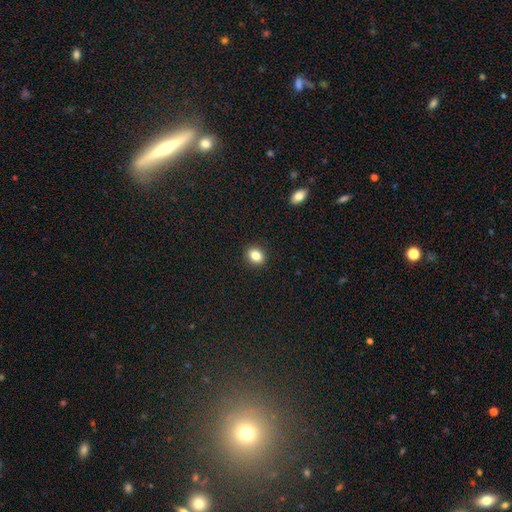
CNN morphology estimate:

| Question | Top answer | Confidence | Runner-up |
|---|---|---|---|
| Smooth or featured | smooth | 83% | star or artifact (10%) |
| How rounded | round | 53% | in between (46%) |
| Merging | none | 91% | minor disturbance (6%) |